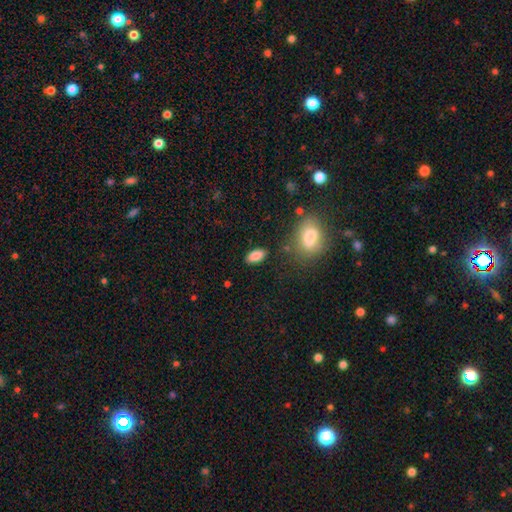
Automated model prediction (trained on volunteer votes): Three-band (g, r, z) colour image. It shows a smooth galaxy with no disk features (85%) that is in between round and cigar-shaped (91%). Merging: none (84%).